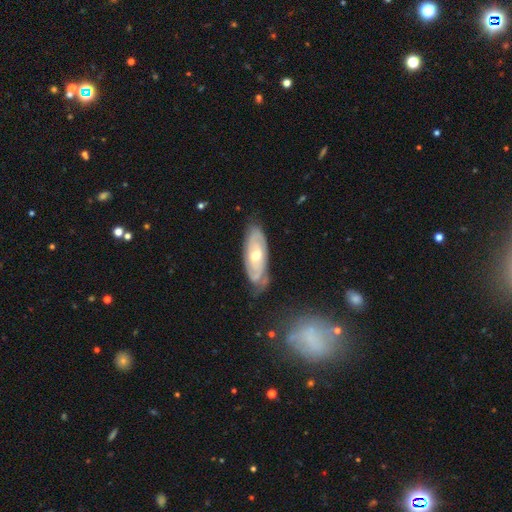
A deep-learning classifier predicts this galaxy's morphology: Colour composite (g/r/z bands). It shows a featured or disk galaxy (75%) with no bar (75%), tight (68%) spiral arms (78%) and a moderate central bulge (67%). Merging: none (71%).